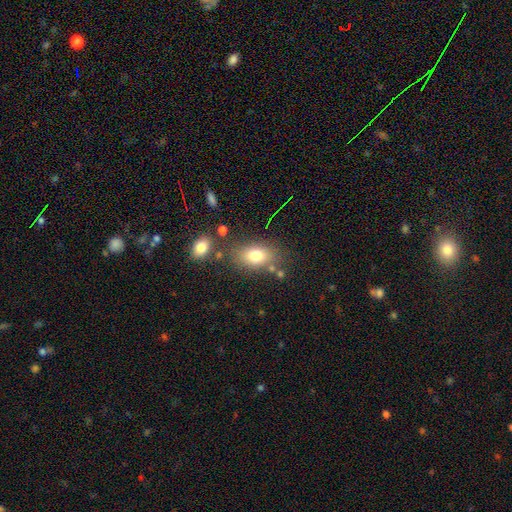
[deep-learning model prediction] Smooth or featured: smooth — 76% (featured or disk — 13%)
How rounded: in between — 79% (round — 19%)
Merging: none — 72% (minor disturbance — 14%)